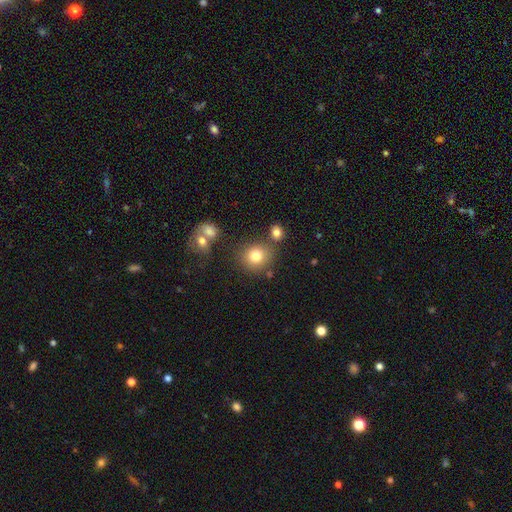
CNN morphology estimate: smooth 80%, star or artifact 12%, featured or disk 8%. Down the decision tree: how rounded — round (82%); merging — none (74%).